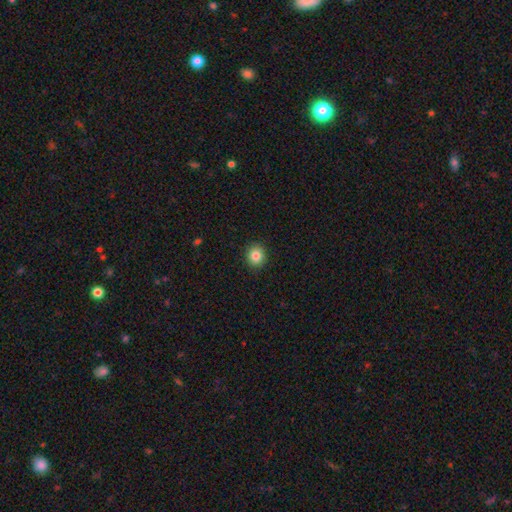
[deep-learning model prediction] smooth_or_featured: smooth (p=0.84) [alt: star or artifact p=0.10]
how_rounded: round (p=0.83) [alt: in between p=0.16]
merging: none (p=0.92) [alt: minor disturbance p=0.05]